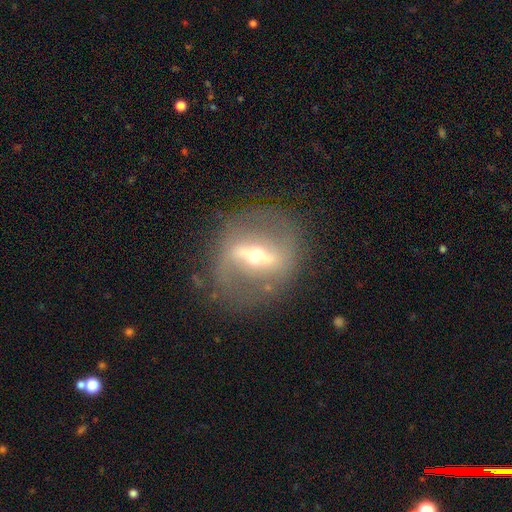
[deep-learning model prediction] Q: Smooth or featured?
A: featured or disk (79%); runner-up: smooth (13%)
Q: Edge-on disk?
A: no (82%); runner-up: yes (18%)
Q: Bar?
A: strong (67%); runner-up: weak (24%)
Q: Spiral arms?
A: yes (53%); runner-up: no (47%)
Q: Bulge size?
A: moderate (61%); runner-up: small (31%)
Q: Merging?
A: none (78%); runner-up: minor disturbance (12%)